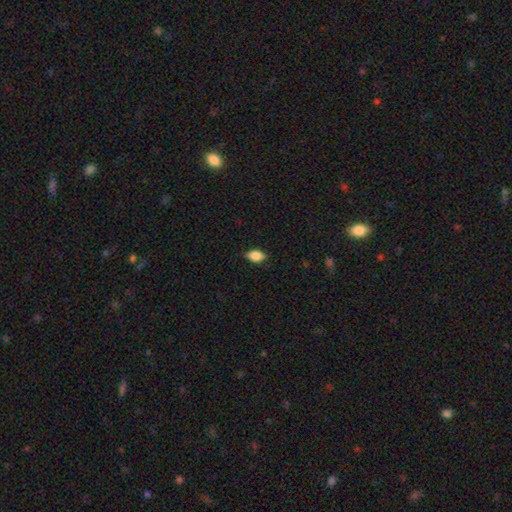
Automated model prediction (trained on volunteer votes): Overall: smooth (80%). How rounded: in between (85%). Merging: none (82%).